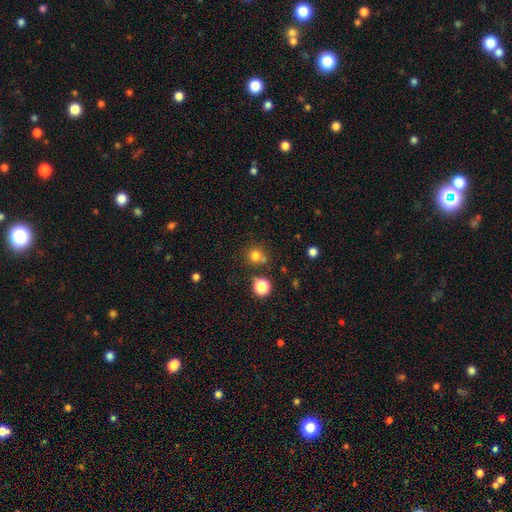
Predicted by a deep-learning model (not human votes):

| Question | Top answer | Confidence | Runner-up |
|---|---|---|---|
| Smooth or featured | smooth | 76% | star or artifact (17%) |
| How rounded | round | 92% | in between (7%) |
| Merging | none | 70% | merger (19%) |